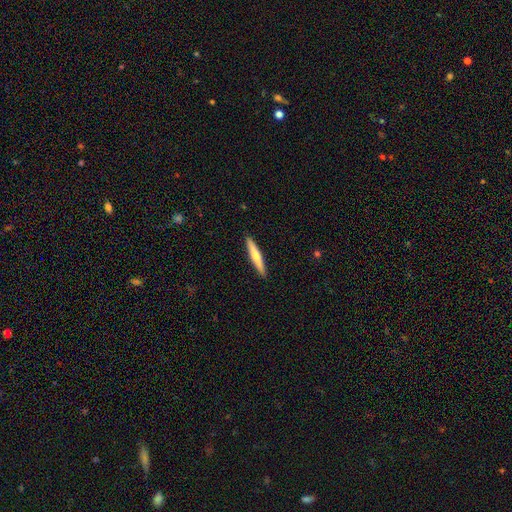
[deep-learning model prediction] Smooth or featured? Predicted: smooth (p=0.61). How rounded? Predicted: cigar-shaped (p=0.93). Merging? Predicted: none (p=0.92).